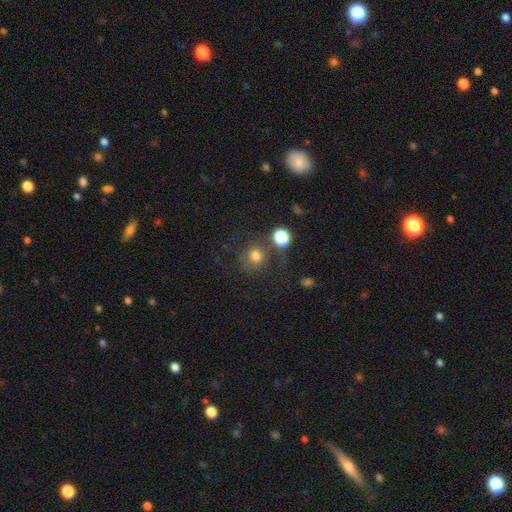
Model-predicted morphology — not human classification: The model was most divided on "merging": none: 64%, minor disturbance: 15%, merger: 12%, major disturbance: 10%. More confident: how rounded — round (86%); smooth or featured — smooth (74%).